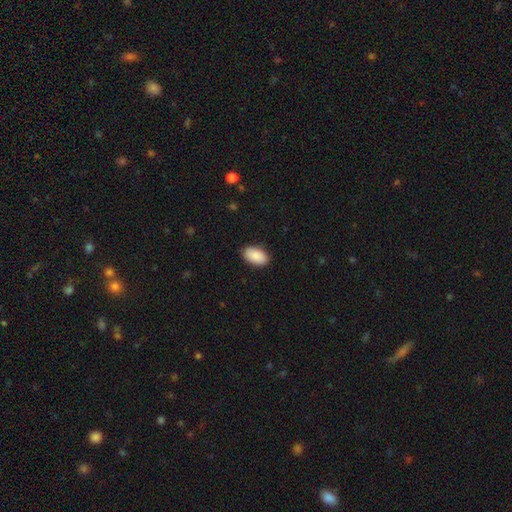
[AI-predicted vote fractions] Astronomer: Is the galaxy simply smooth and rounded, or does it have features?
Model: smooth — 90%.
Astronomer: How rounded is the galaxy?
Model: in between — 95%.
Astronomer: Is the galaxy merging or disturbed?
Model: none — 89%.